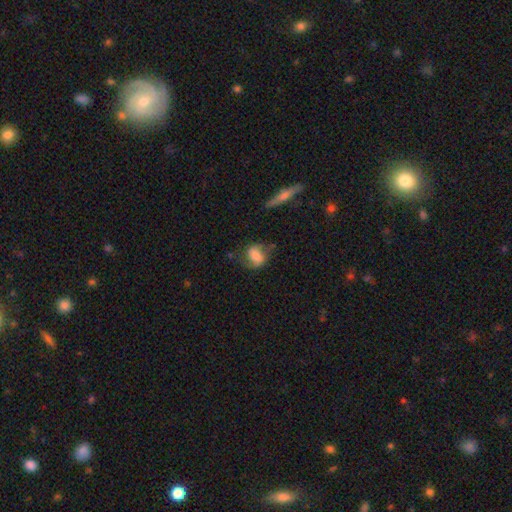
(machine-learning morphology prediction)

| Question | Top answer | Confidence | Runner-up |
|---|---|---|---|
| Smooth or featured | smooth | 48% | featured or disk (44%) |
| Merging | none | 56% | minor disturbance (26%) |